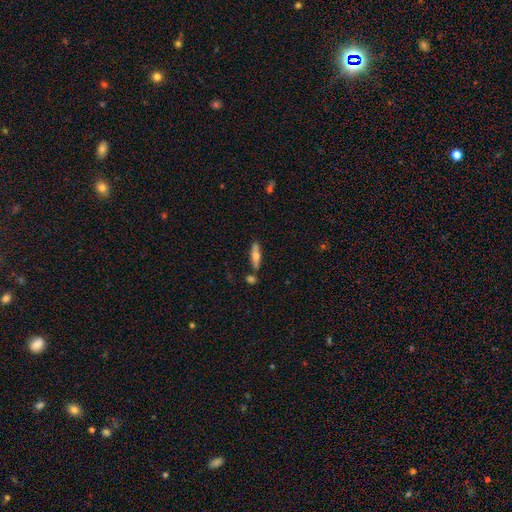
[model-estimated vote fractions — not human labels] The model was most divided on "smooth or featured": smooth: 56%, featured or disk: 38%, star or artifact: 6%. More confident: merging — none (78%); how rounded — cigar-shaped (67%).